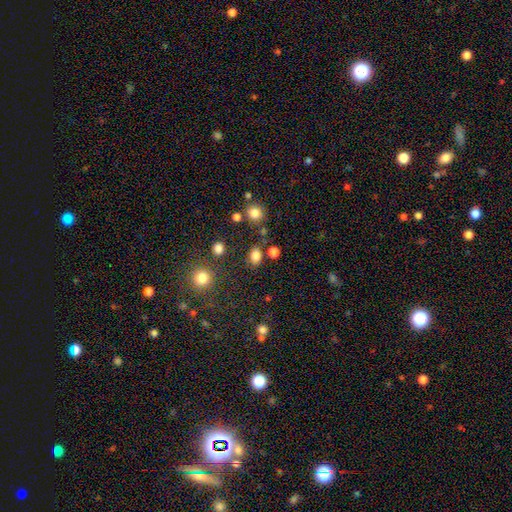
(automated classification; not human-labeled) Morphology: type=smooth (82%); roundness=in between (67%); merging=none (79%).